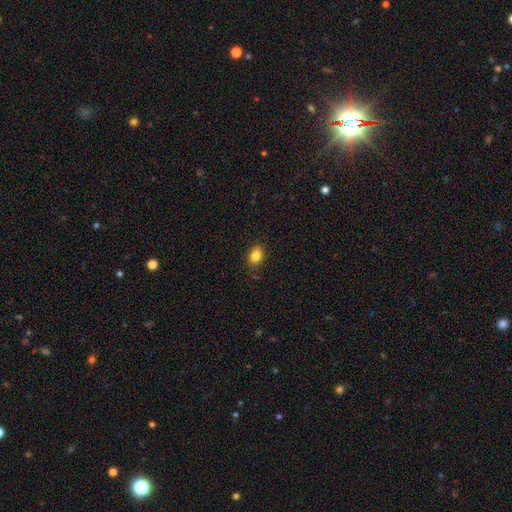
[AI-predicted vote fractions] Smooth or featured? smooth (84%)
How rounded? in between (66%)
Merging? none (86%)